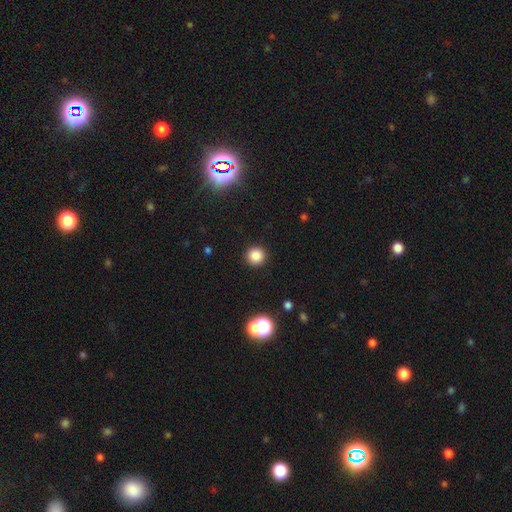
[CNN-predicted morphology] Smooth or featured? Predicted: smooth (p=0.84). How rounded? Predicted: round (p=0.95). Merging? Predicted: none (p=0.92).